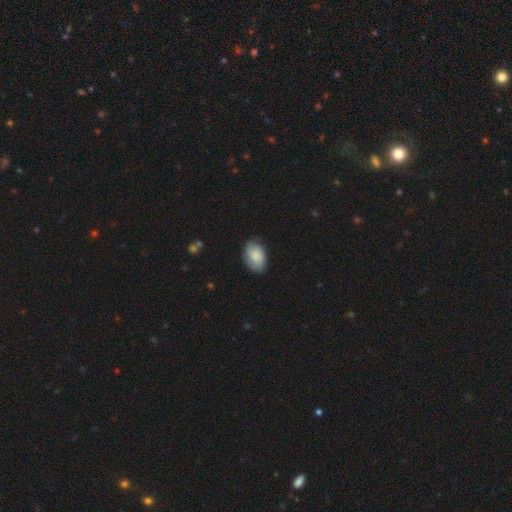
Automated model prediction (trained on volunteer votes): smooth-or-featured: smooth: 61% | featured or disk: 32% | star or artifact: 7%
  how-rounded: in between: 87% | round: 12% | cigar-shaped: 1%
  merging: none: 71% | minor disturbance: 22% | major disturbance: 5% | merger: 1%